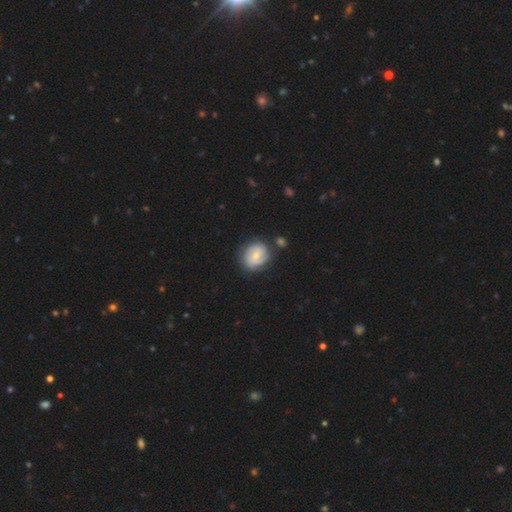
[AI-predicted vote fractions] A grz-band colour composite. It shows a featured or disk galaxy (69%) with a weak bar (46%), 2 (46%) tight (53%) spiral arms (91%) and a small central bulge (50%). Merging: none (70%).